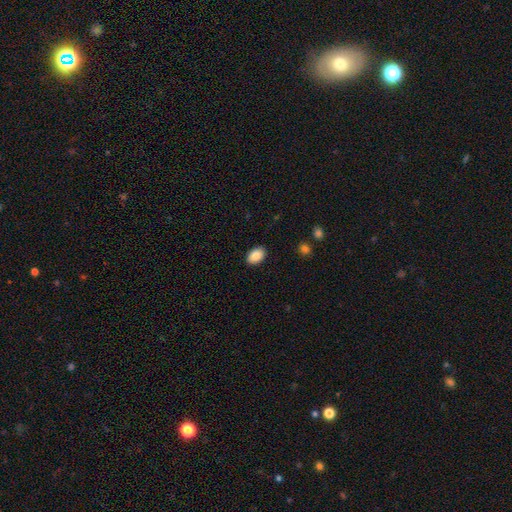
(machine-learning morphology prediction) A smooth galaxy with no disk features (88%) that is in between round and cigar-shaped (86%).

Vote fractions:
- Smooth or featured? smooth: 88% / star or artifact: 7% / featured or disk: 5%
- How rounded? in between: 86% / round: 13% / cigar-shaped: 1%
- Merging? none: 89% / minor disturbance: 8% / major disturbance: 2% / merger: 1%